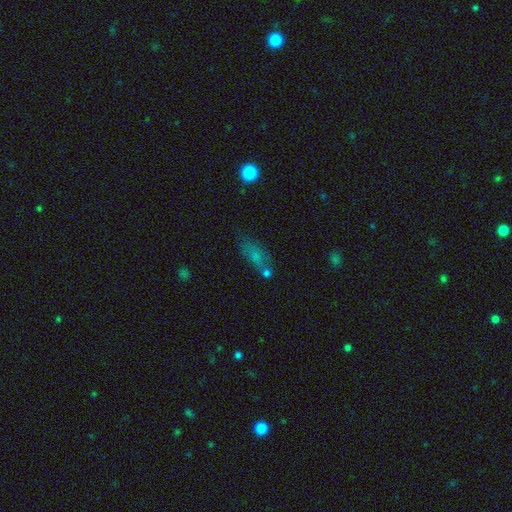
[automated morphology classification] Q: Smooth or featured?
A: smooth (64%); runner-up: featured or disk (20%)
Q: How rounded?
A: in between (70%); runner-up: cigar-shaped (24%)
Q: Merging?
A: none (49%); runner-up: minor disturbance (21%)